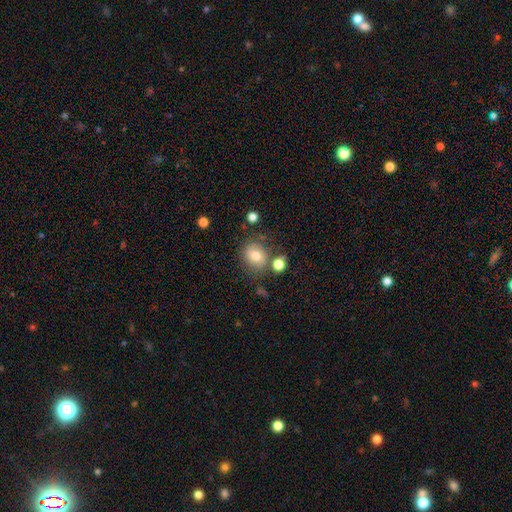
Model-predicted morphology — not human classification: The model was most divided on "how rounded": round: 62%, in between: 37%, cigar-shaped: 1%. More confident: smooth or featured — smooth (75%); merging — none (68%).